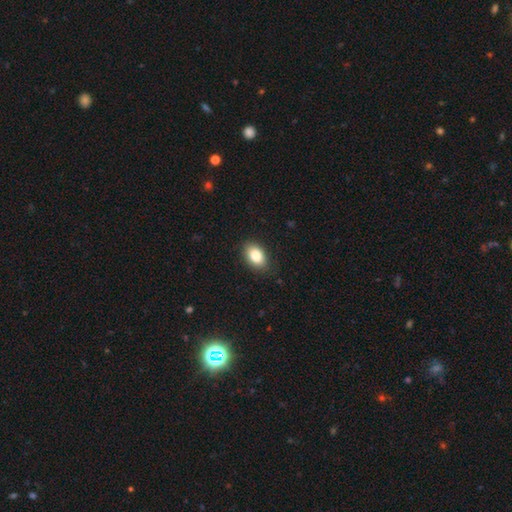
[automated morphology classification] This appears to be a smooth galaxy with no disk features (84%) that is in between round and cigar-shaped (88%). Merging: none (86%).